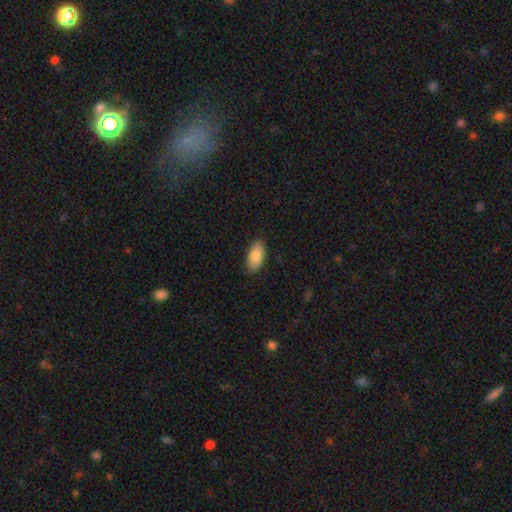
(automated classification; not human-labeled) Smooth or featured? smooth (87%)
How rounded? in between (93%)
Merging? none (87%)